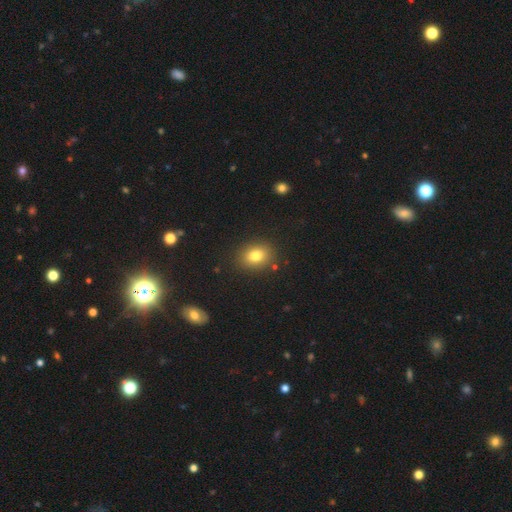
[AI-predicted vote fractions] A smooth galaxy with no disk features (80%) that is in between round and cigar-shaped (58%).

Vote fractions:
- Smooth or featured? smooth: 80% / star or artifact: 11% / featured or disk: 9%
- How rounded? in between: 58% / round: 41% / cigar-shaped: 1%
- Merging? none: 86% / minor disturbance: 9% / major disturbance: 3% / merger: 2%